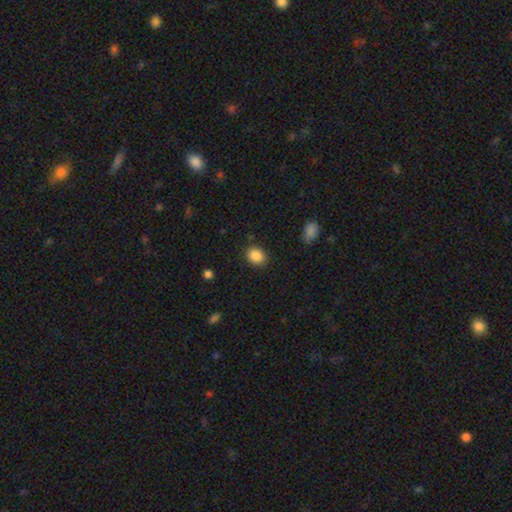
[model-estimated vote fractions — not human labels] Morphology: type=smooth (87%); roundness=round (50%); merging=none (85%).